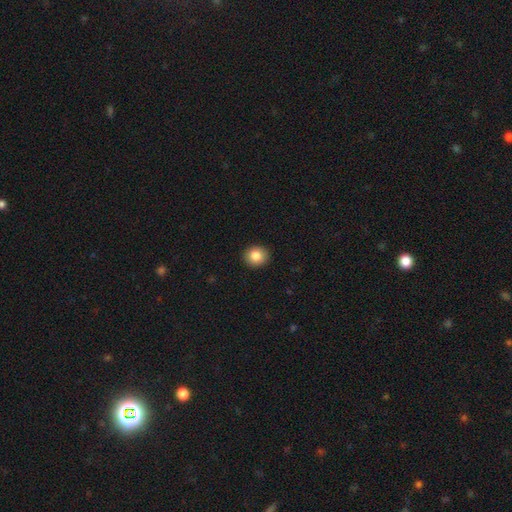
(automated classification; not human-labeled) The model was most divided on "how rounded": round: 79%, in between: 20%, cigar-shaped: 1%. More confident: merging — none (92%); smooth or featured — smooth (85%).